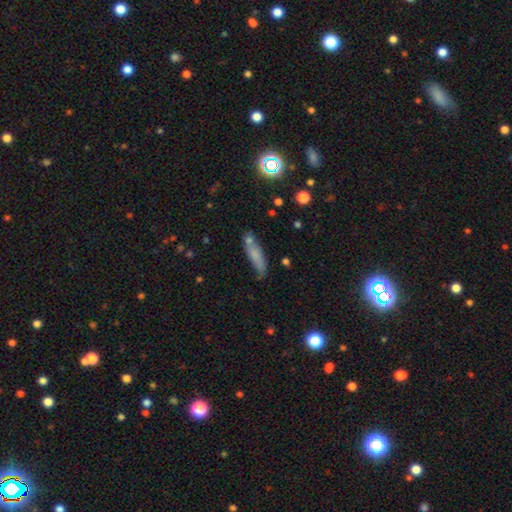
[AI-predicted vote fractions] This is likely a smooth galaxy (72%). How rounded: likely cigar-shaped (71%). Merging: possibly none (59%).